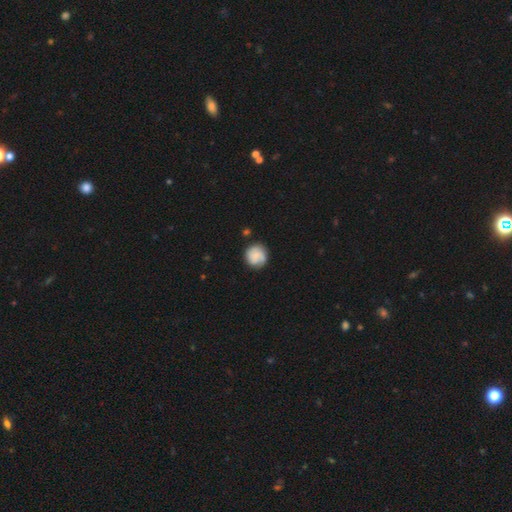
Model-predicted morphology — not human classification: This is likely a smooth galaxy (69%). How rounded: clearly round (89%). Merging: likely none (74%).